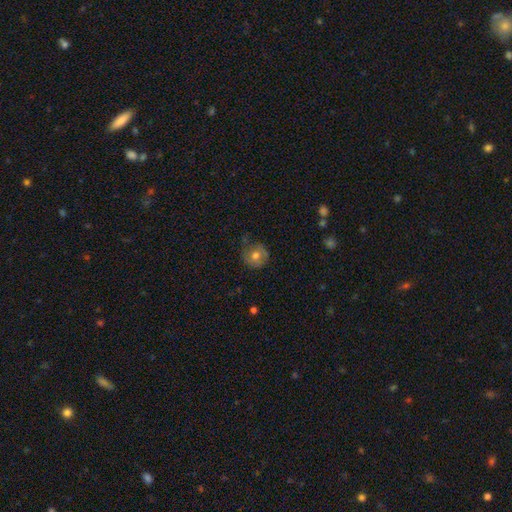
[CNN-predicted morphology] type=smooth (67%); roundness=round (89%); merging=none (70%).